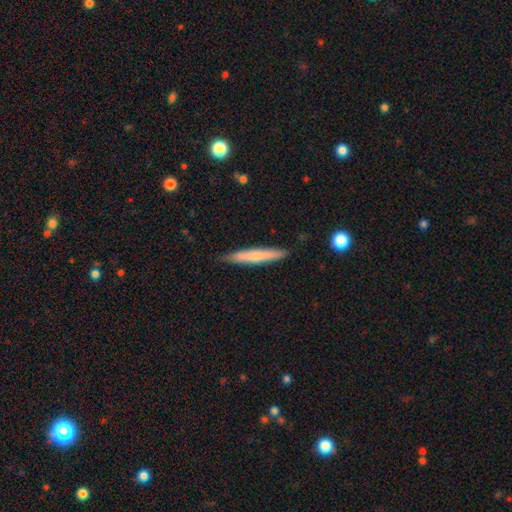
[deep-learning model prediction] Q: Smooth or featured?
A: smooth (60%); runner-up: featured or disk (34%)
Q: How rounded?
A: cigar-shaped (94%); runner-up: in between (5%)
Q: Merging?
A: none (87%); runner-up: minor disturbance (10%)